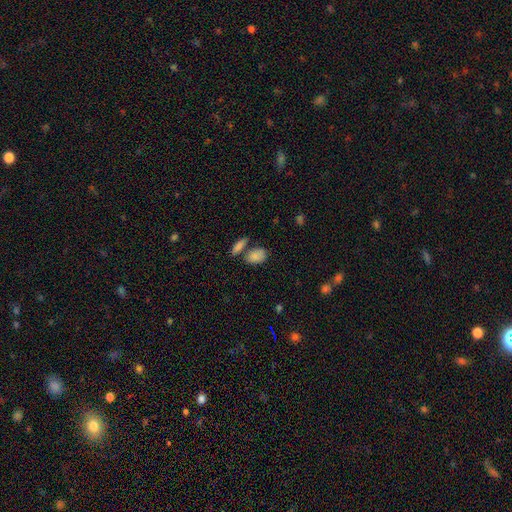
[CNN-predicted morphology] Smooth or featured?
  - smooth: 84% *
  - star or artifact: 8%
  - featured or disk: 7%
How rounded?
  - in between: 82% *
  - round: 14%
  - cigar-shaped: 3%
Merging?
  - none: 55% *
  - merger: 26%
  - minor disturbance: 15%
  - major disturbance: 5%